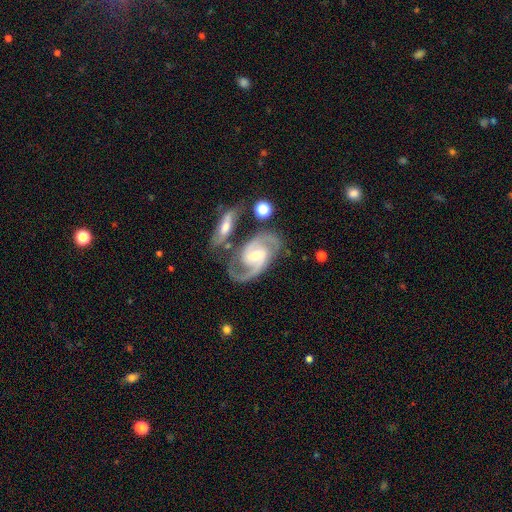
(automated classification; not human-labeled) A featured or disk galaxy (90%) with a weak bar (45%), 2 (88%) medium (57%) spiral arms (98%) and a moderate central bulge (53%). Merging: none (63%).